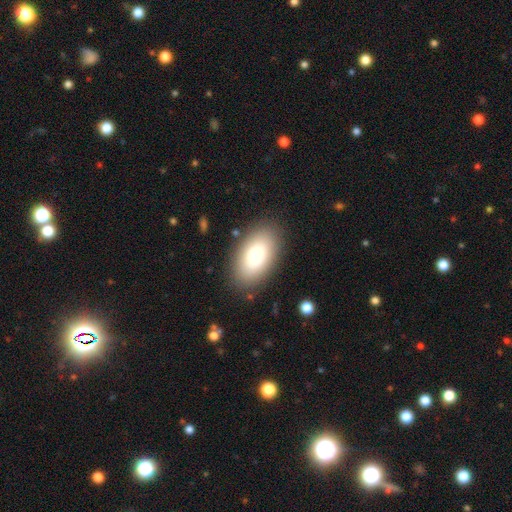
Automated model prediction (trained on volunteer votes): The model was most divided on "smooth or featured": smooth: 81%, featured or disk: 12%, star or artifact: 7%. More confident: how rounded — in between (94%); merging — none (85%).